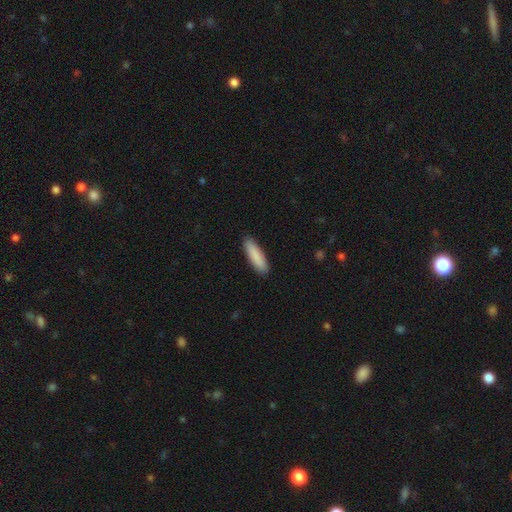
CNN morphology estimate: Smooth or featured? Predicted: smooth (p=0.88). How rounded? Predicted: cigar-shaped (p=0.69). Merging? Predicted: none (p=0.89).